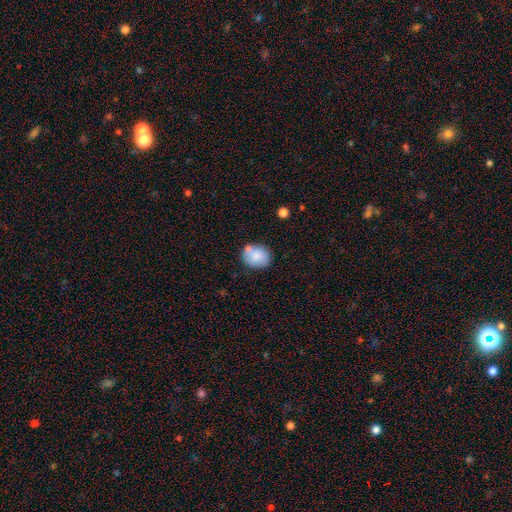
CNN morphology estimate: A smooth galaxy with no disk features (81%) that is round (56%). Merging: none (70%).